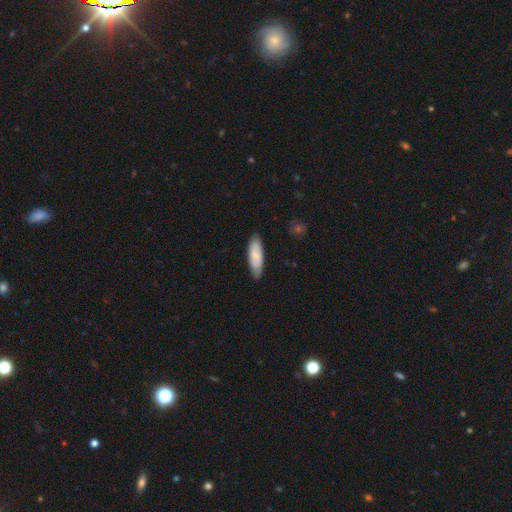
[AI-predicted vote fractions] smooth_or_featured: smooth (p=0.80) [alt: featured or disk p=0.14]
how_rounded: in between (p=0.57) [alt: cigar-shaped p=0.41]
merging: none (p=0.82) [alt: minor disturbance p=0.14]